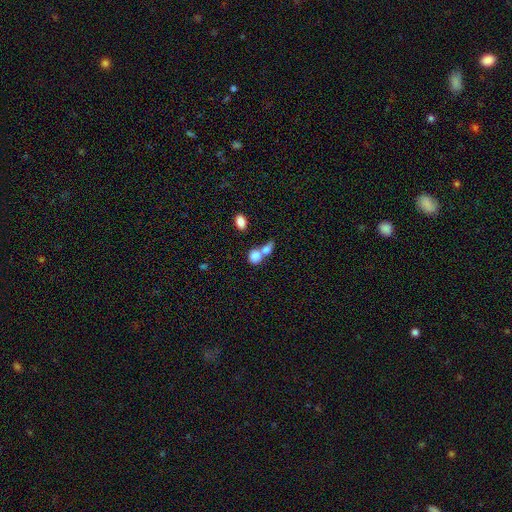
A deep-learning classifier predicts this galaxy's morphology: smooth_or_featured: smooth (p=0.82) [alt: featured or disk p=0.09]
how_rounded: round (p=0.59) [alt: in between p=0.38]
merging: merger (p=0.56) [alt: none p=0.31]